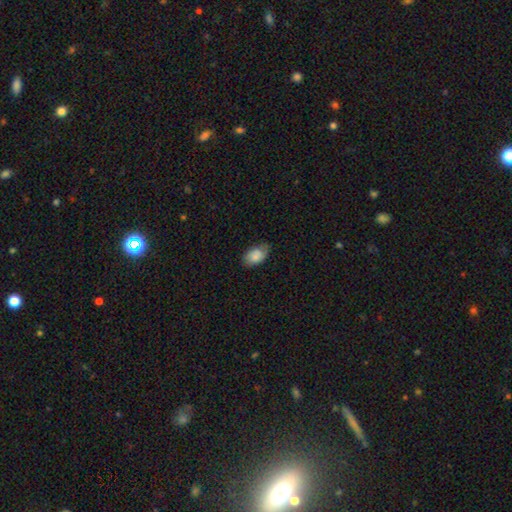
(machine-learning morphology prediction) smooth 80%, featured or disk 13%, star or artifact 7%. Down the decision tree: how rounded — in between (91%); merging — none (64%).